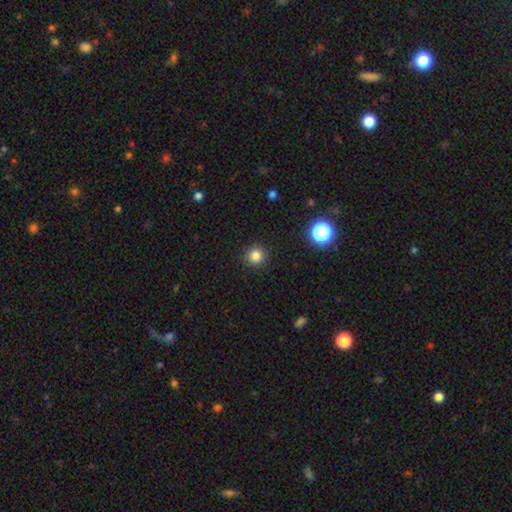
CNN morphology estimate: Q: Smooth or featured?
A: smooth (82%); runner-up: star or artifact (13%)
Q: How rounded?
A: round (94%); runner-up: in between (5%)
Q: Merging?
A: none (92%); runner-up: minor disturbance (5%)